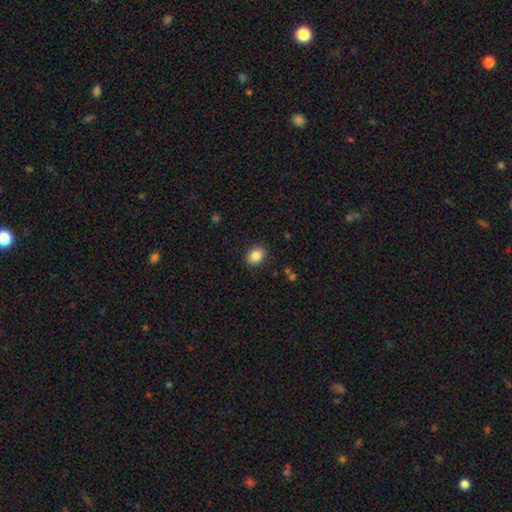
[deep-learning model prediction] The model was most divided on "how rounded": in between: 58%, round: 41%, cigar-shaped: 1%. More confident: merging — none (88%); smooth or featured — smooth (86%).